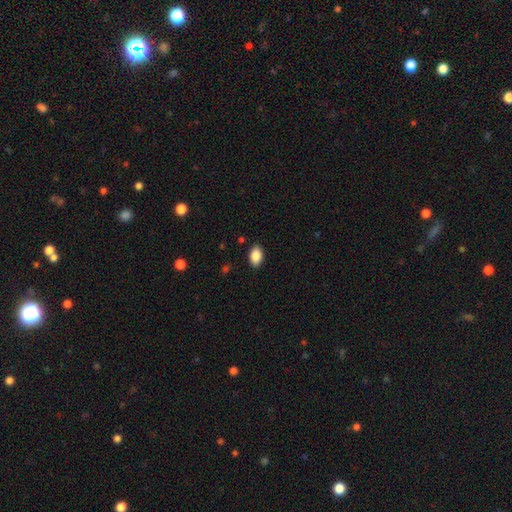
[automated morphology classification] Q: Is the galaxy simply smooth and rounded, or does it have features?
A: smooth — 88%.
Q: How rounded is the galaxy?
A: in between — 91%.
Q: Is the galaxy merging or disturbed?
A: none — 88%.